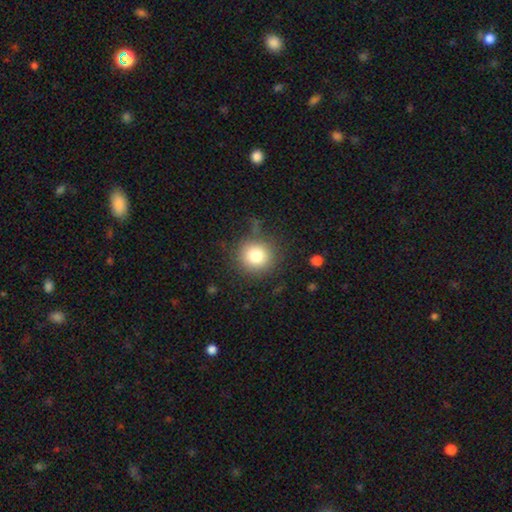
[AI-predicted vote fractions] smooth-or-featured: smooth: 81% | star or artifact: 11% | featured or disk: 8%
  how-rounded: round: 92% | in between: 7% | cigar-shaped: 1%
  merging: none: 82% | minor disturbance: 11% | major disturbance: 5% | merger: 2%